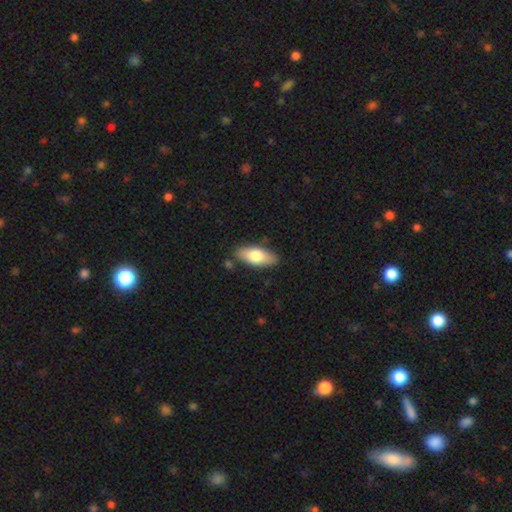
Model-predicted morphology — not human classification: A smooth galaxy with no disk features (70%) that is in between round and cigar-shaped (80%).

Vote fractions:
- Smooth or featured? smooth: 70% / featured or disk: 24% / star or artifact: 6%
- How rounded? in between: 80% / cigar-shaped: 18% / round: 3%
- Merging? none: 84% / minor disturbance: 12% / merger: 2% / major disturbance: 2%